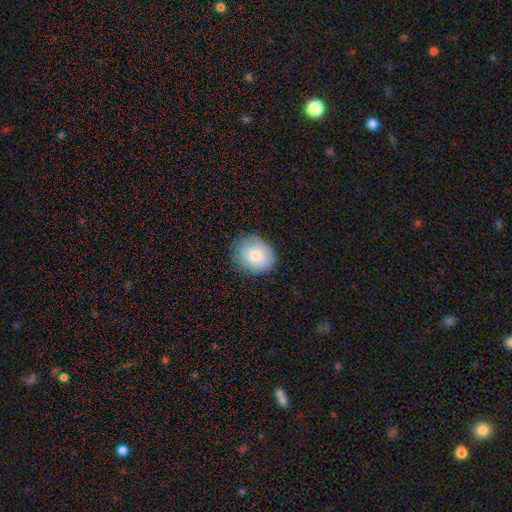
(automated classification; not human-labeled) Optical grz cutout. It shows a smooth galaxy with no disk features (82%) that is round (68%). Merging: none (79%).